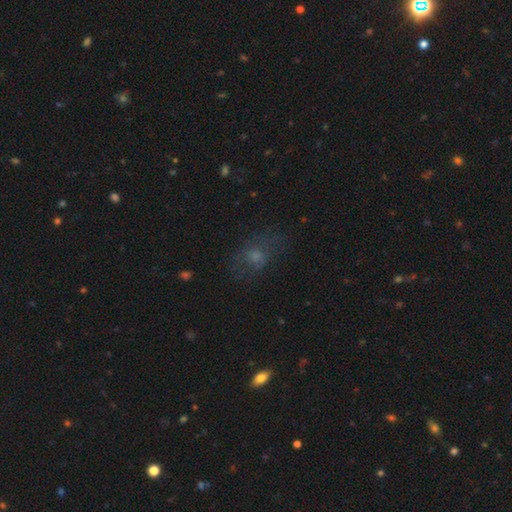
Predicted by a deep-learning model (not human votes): Smooth or featured? Predicted: smooth (p=0.51). How rounded? Predicted: in between (p=0.55). Merging? Predicted: none (p=0.61).